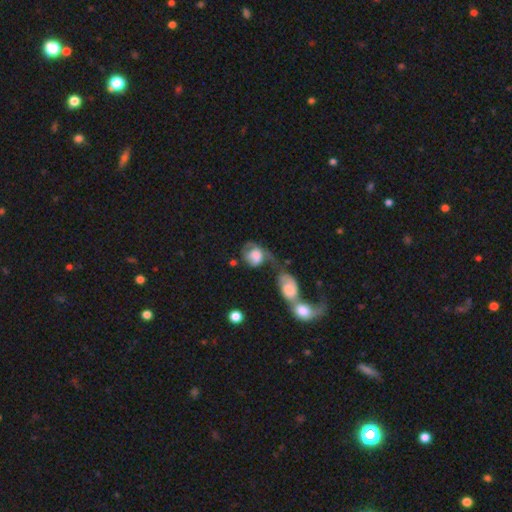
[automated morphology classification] smooth-or-featured: smooth: 56% | featured or disk: 36% | star or artifact: 8%
  how-rounded: round: 51% | in between: 47% | cigar-shaped: 2%
  merging: merger: 37% | major disturbance: 29% | none: 18% | minor disturbance: 16%